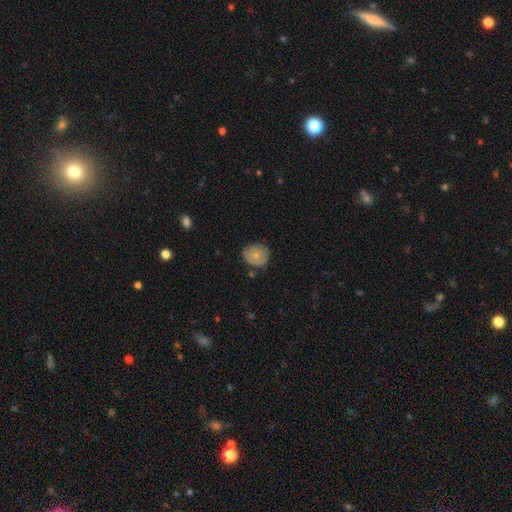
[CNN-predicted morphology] Q: Smooth or featured?
A: smooth (66%); runner-up: featured or disk (27%)
Q: How rounded?
A: round (80%); runner-up: in between (19%)
Q: Merging?
A: none (75%); runner-up: minor disturbance (18%)